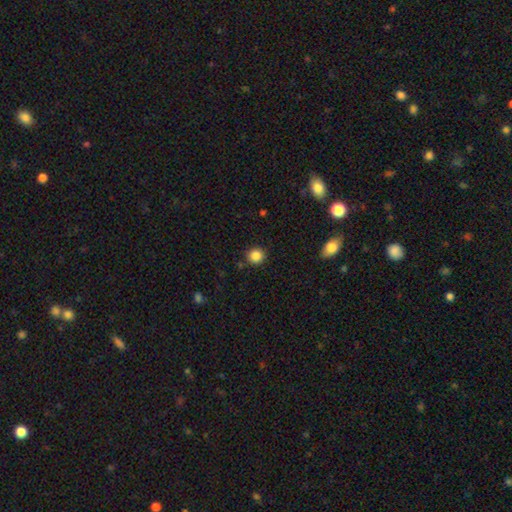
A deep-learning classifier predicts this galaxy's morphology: This appears to be a smooth galaxy with no disk features (85%) that is round (92%). Merging: none (89%).